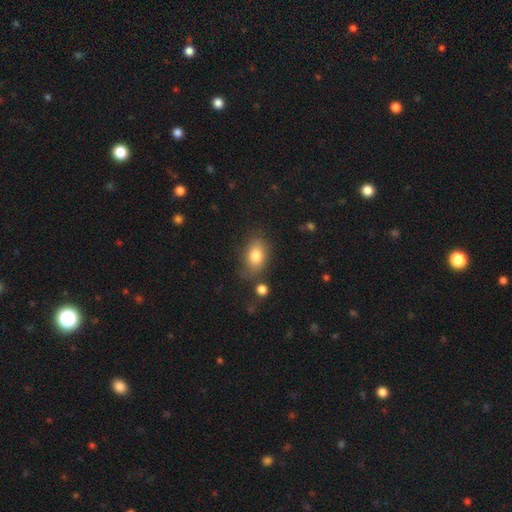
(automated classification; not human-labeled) This appears to be a smooth galaxy with no disk features (81%) that is in between round and cigar-shaped (83%). Merging: none (71%).